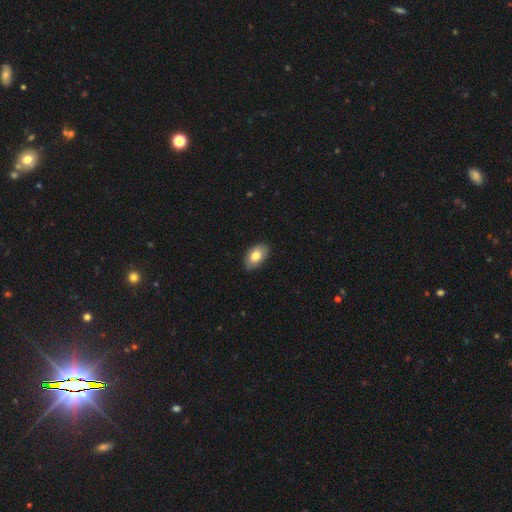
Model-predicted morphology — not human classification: Q: Smooth or featured?
A: smooth (80%); runner-up: featured or disk (13%)
Q: How rounded?
A: in between (92%); runner-up: round (7%)
Q: Merging?
A: none (86%); runner-up: minor disturbance (11%)